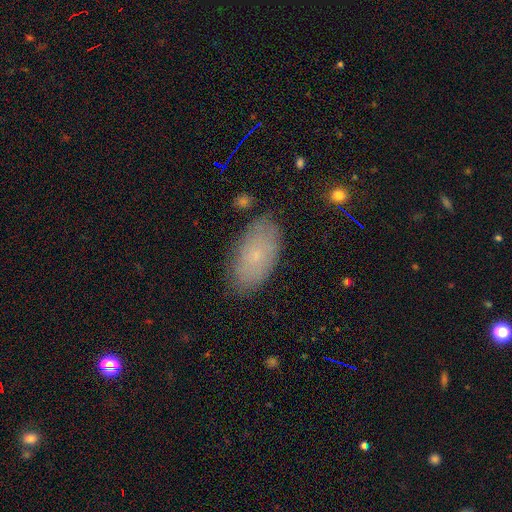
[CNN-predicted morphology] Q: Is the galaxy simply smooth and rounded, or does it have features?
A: smooth — 62%.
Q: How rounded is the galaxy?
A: in between — 93%.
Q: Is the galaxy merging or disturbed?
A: none — 82%.